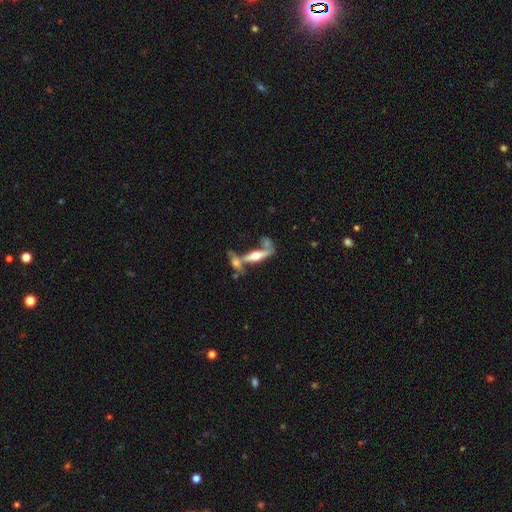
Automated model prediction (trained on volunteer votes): Overall: featured or disk (65%; smooth 28%). Edge-on disk: yes (85%). Edge-on bulge: rounded (93%). Merging: none (40%; merger 38%).